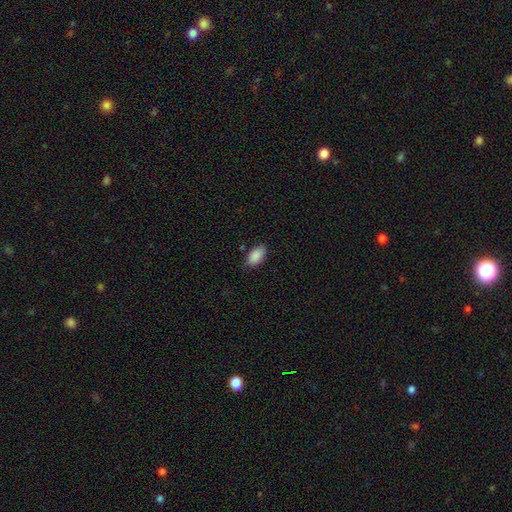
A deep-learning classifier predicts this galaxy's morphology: type=smooth (90%); roundness=in between (94%); merging=none (82%).